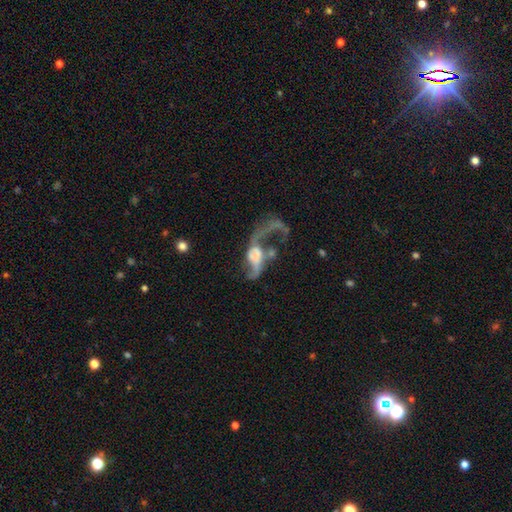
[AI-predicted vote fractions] Smooth or featured?
  - featured or disk: 74% *
  - smooth: 17%
  - star or artifact: 9%
Edge-on disk?
  - no: 95% *
  - yes: 5%
Bar?
  - no: 61% *
  - weak: 27%
  - strong: 13%
Spiral arms?
  - yes: 72% *
  - no: 28%
Spiral winding?
  - loose: 87% *
  - medium: 10%
  - tight: 3%
Spiral arm count?
  - 2: 68% *
  - 1: 22%
  - can't tell: 5%
  - 3: 2%
  - 4: 1%
  - more than 4: 1%
Bulge size?
  - none: 43% *
  - small: 18%
  - moderate: 17%
  - large: 17%
  - dominant: 6%
Merging?
  - major disturbance: 45% *
  - merger: 27%
  - none: 19%
  - minor disturbance: 10%